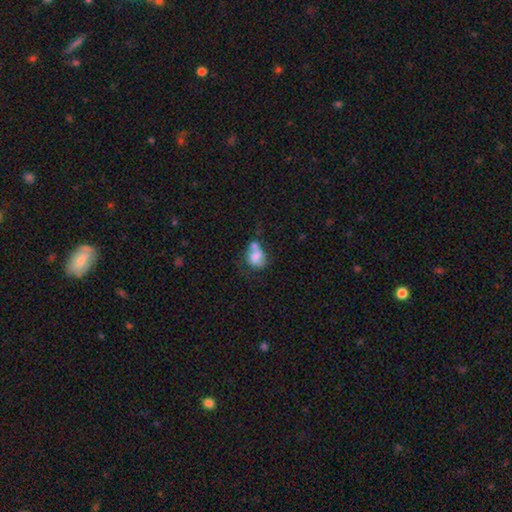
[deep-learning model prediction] Overall: smooth (67%). How rounded: round (51%; in between 48%). Merging: merger (49%; none 22%).